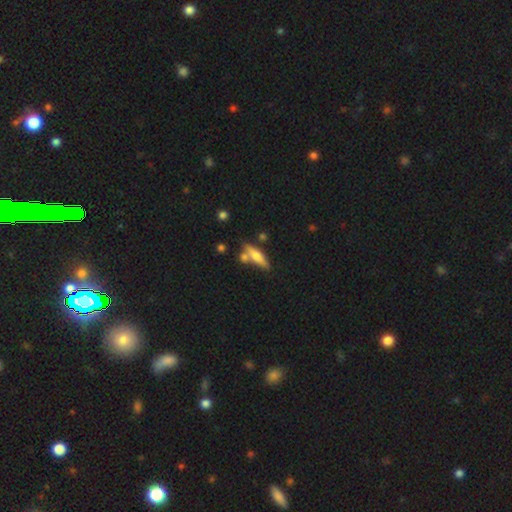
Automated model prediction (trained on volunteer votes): Q: Smooth or featured?
A: smooth (47%); runner-up: featured or disk (45%)
Q: Merging?
A: none (64%); runner-up: merger (17%)